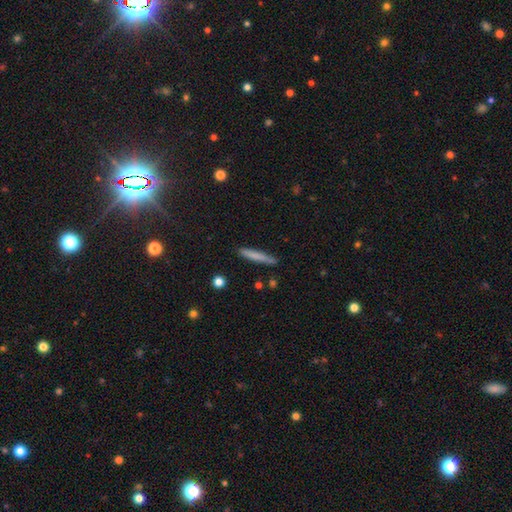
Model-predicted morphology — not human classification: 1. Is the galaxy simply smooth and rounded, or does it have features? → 75% smooth, 18% featured or disk, 6% star or artifact.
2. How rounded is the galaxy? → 94% cigar-shaped, 4% in between, 1% round.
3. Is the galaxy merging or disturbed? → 86% none, 11% minor disturbance, 2% major disturbance, 2% merger.